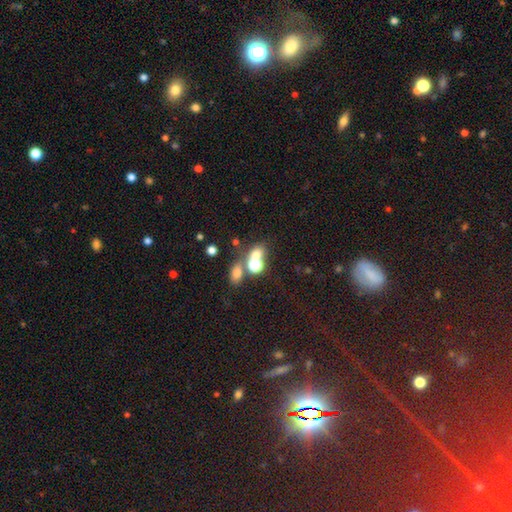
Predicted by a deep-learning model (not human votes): This appears to be a smooth galaxy with no disk features (63%) that is round (53%). Merging: none (46%).